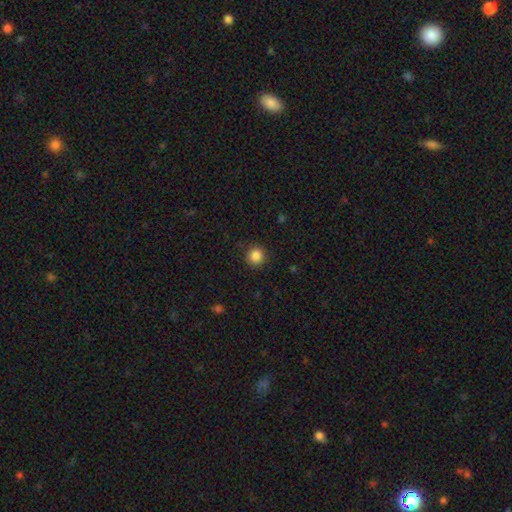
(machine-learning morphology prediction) smooth 86%, star or artifact 11%, featured or disk 3%. Down the decision tree: how rounded — round (94%); merging — none (91%).